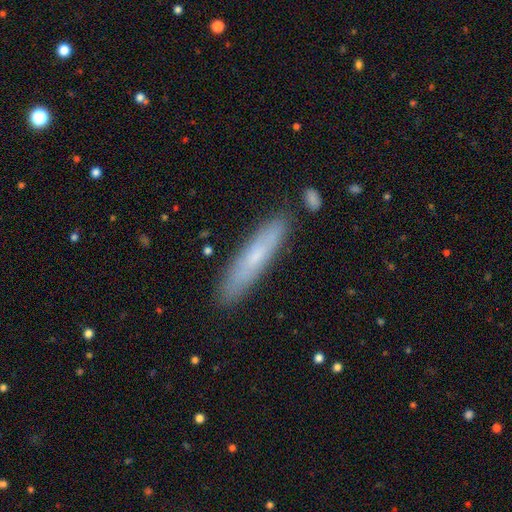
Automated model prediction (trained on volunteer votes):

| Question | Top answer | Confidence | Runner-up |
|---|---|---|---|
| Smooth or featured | smooth | 60% | featured or disk (33%) |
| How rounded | cigar-shaped | 89% | in between (10%) |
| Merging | none | 85% | minor disturbance (10%) |